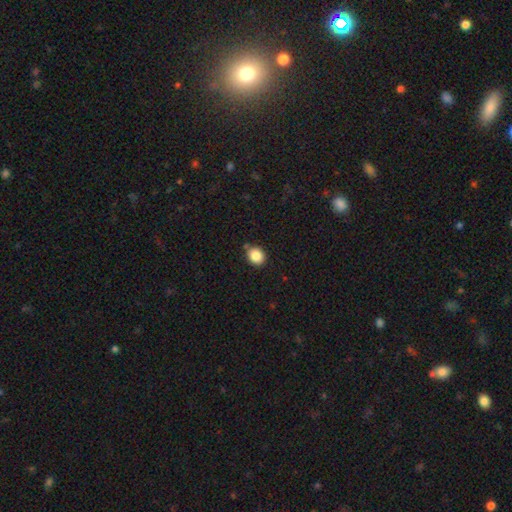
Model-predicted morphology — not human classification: This is clearly a smooth galaxy (86%). How rounded: likely round (68%). Merging: likely none (80%).